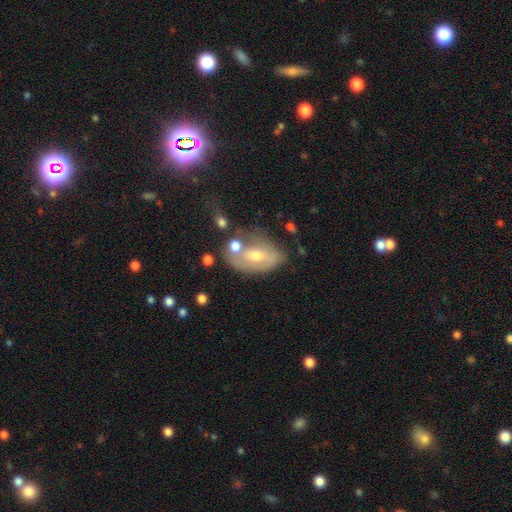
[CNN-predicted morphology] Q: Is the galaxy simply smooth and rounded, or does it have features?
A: featured or disk — 48%.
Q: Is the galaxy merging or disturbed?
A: none — 37%.